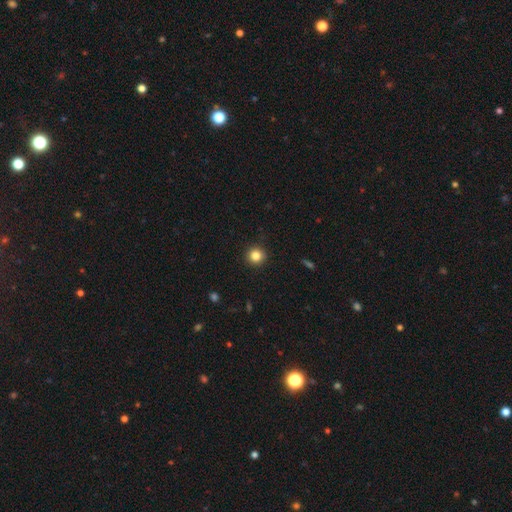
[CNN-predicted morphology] The model was most divided on "smooth or featured": smooth: 84%, star or artifact: 11%, featured or disk: 5%. More confident: how rounded — round (94%); merging — none (92%).